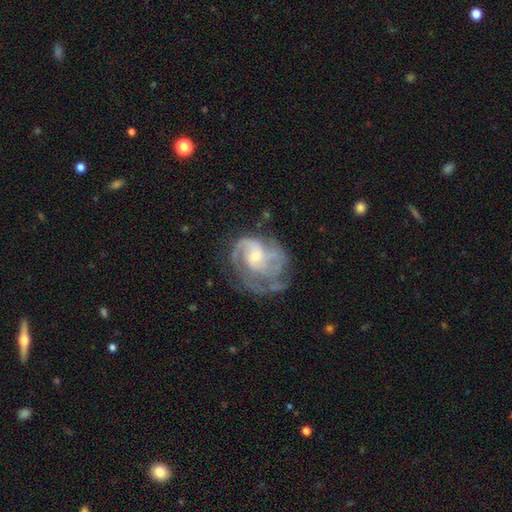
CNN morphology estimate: featured or disk 85%, smooth 9%, star or artifact 6%. Down the decision tree: edge-on disk — no (98%); bar — no (61%); spiral arms — yes (94%); spiral arm count — 2 (34%); spiral winding — tight (45%); bulge size — small (55%); merging — none (51%).